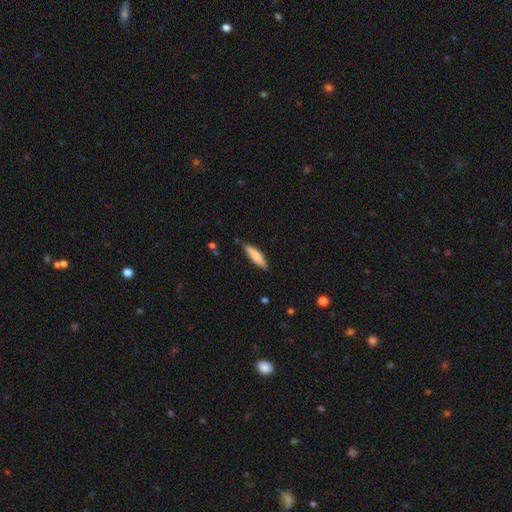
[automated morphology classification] Q: Smooth or featured?
A: smooth (77%); runner-up: featured or disk (18%)
Q: How rounded?
A: cigar-shaped (72%); runner-up: in between (26%)
Q: Merging?
A: none (80%); runner-up: minor disturbance (16%)